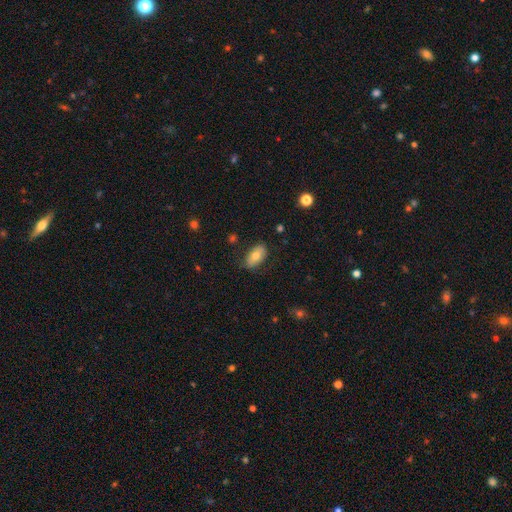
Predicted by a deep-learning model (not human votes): A smooth galaxy with no disk features (72%) that is in between round and cigar-shaped (92%).

Vote fractions:
- Smooth or featured? smooth: 72% / featured or disk: 21% / star or artifact: 7%
- How rounded? in between: 92% / round: 5% / cigar-shaped: 3%
- Merging? none: 79% / minor disturbance: 16% / major disturbance: 3% / merger: 1%